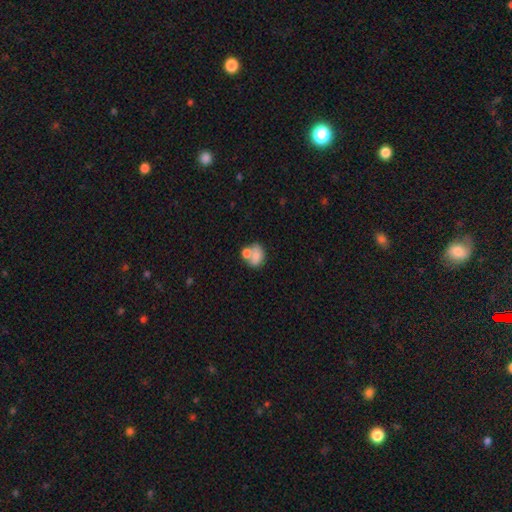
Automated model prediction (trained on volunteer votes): This is likely a smooth galaxy (71%). How rounded: possibly in between (54%). Merging: possibly merger (45%).